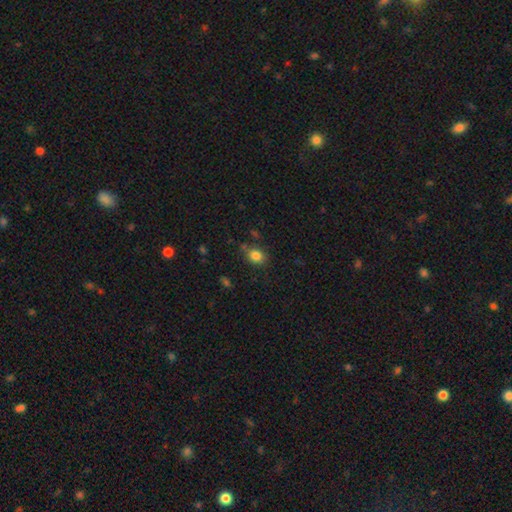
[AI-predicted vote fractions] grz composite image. It shows a smooth galaxy with no disk features (82%) that is round (59%). Merging: none (72%).